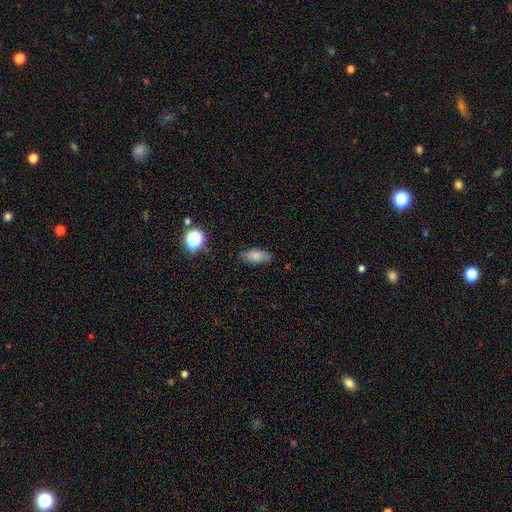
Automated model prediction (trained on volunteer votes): The model was most divided on "merging": none: 74%, minor disturbance: 21%, major disturbance: 4%, merger: 2%. More confident: how rounded — in between (85%); smooth or featured — smooth (74%).